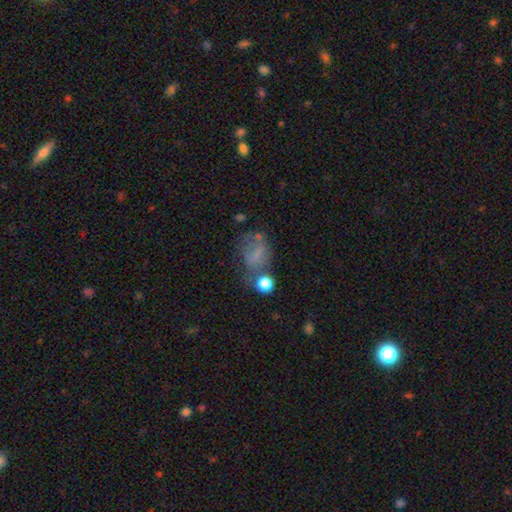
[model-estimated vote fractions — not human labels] Overall: smooth (55%; featured or disk 27%). How rounded: in between (64%; round 34%). Merging: none (35%; major disturbance 28%).